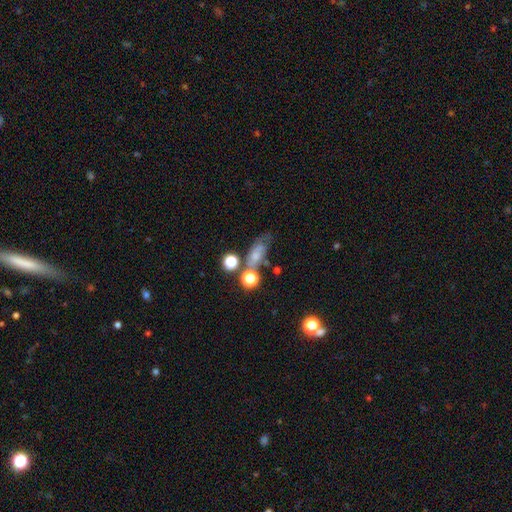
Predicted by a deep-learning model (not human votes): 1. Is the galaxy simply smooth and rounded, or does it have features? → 50% smooth, 32% featured or disk, 18% star or artifact.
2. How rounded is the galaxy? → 63% in between, 23% round, 14% cigar-shaped.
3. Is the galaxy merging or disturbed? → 42% none, 22% minor disturbance, 21% merger, 15% major disturbance.